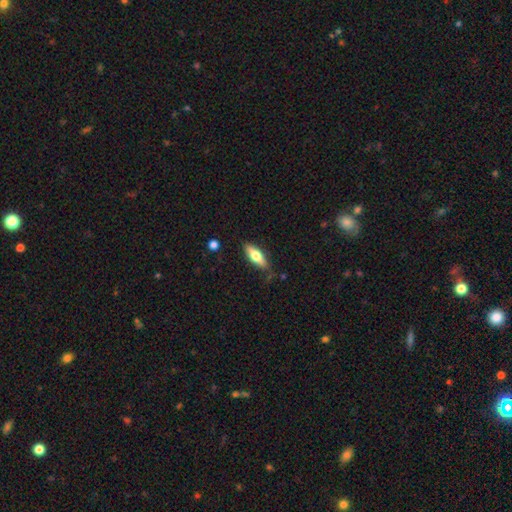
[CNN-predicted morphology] A smooth galaxy with no disk features (60%) that is in between round and cigar-shaped (60%).

Vote fractions:
- Smooth or featured? smooth: 60% / featured or disk: 34% / star or artifact: 6%
- How rounded? in between: 60% / cigar-shaped: 37% / round: 3%
- Merging? none: 79% / minor disturbance: 16% / major disturbance: 3% / merger: 2%